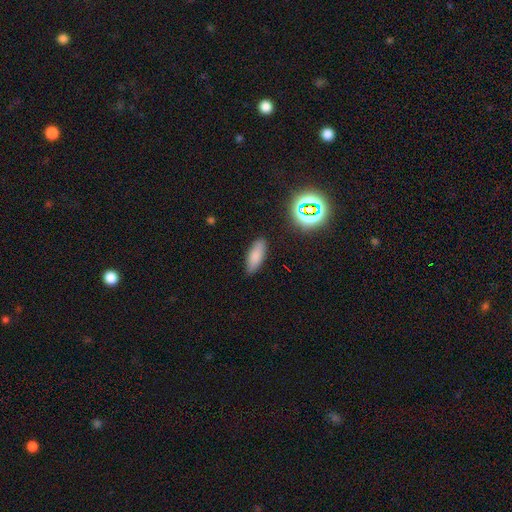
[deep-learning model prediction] A smooth galaxy with no disk features (82%) that is in between round and cigar-shaped (74%).

Vote fractions:
- Smooth or featured? smooth: 82% / star or artifact: 10% / featured or disk: 8%
- How rounded? in between: 74% / cigar-shaped: 23% / round: 2%
- Merging? none: 87% / minor disturbance: 10% / major disturbance: 2% / merger: 1%